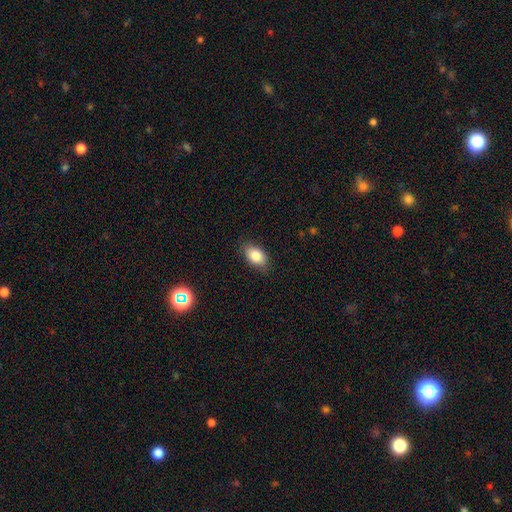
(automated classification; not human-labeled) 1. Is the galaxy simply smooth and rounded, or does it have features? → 85% smooth, 7% star or artifact, 7% featured or disk.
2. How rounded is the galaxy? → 90% in between, 8% round, 2% cigar-shaped.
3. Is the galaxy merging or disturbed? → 82% none, 14% minor disturbance, 3% major disturbance, 1% merger.